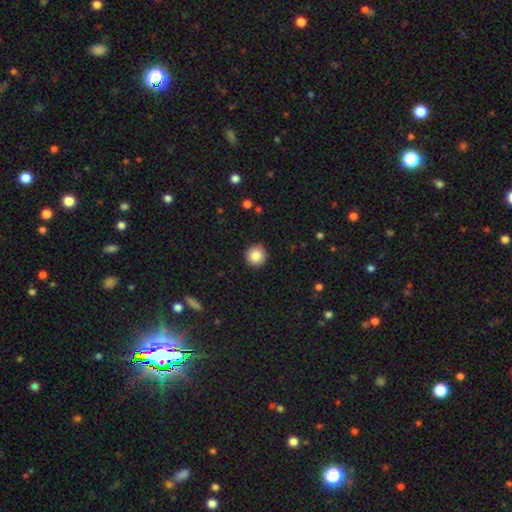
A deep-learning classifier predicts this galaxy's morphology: Smooth or featured: smooth — 86% (star or artifact — 9%)
How rounded: round — 95% (in between — 4%)
Merging: none — 92% (minor disturbance — 6%)